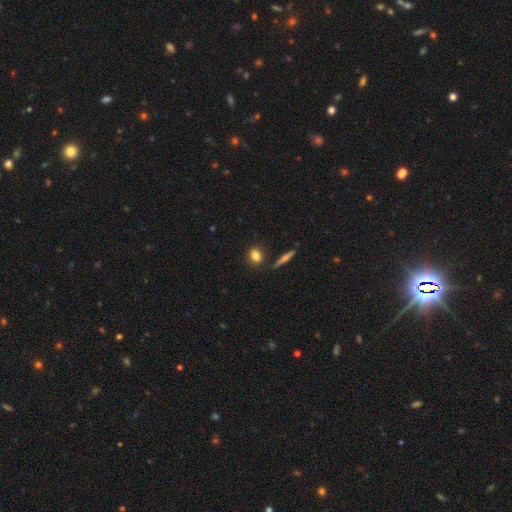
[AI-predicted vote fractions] smooth_or_featured: smooth (p=0.82) [alt: star or artifact p=0.09]
how_rounded: round (p=0.48) [alt: in between p=0.46]
merging: none (p=0.82) [alt: minor disturbance p=0.11]